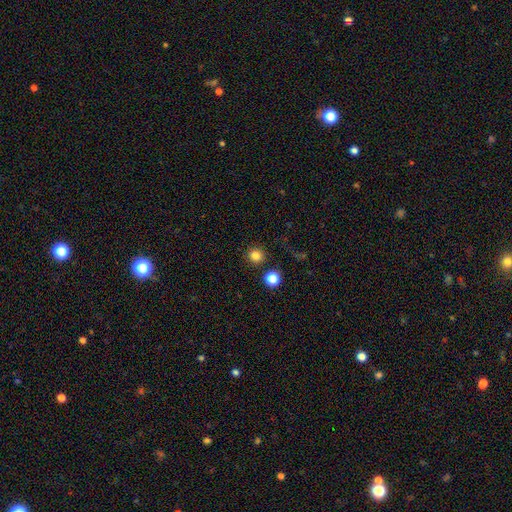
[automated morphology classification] Smooth or featured: smooth — 82% (star or artifact — 13%)
How rounded: round — 93% (in between — 6%)
Merging: none — 86% (minor disturbance — 6%)